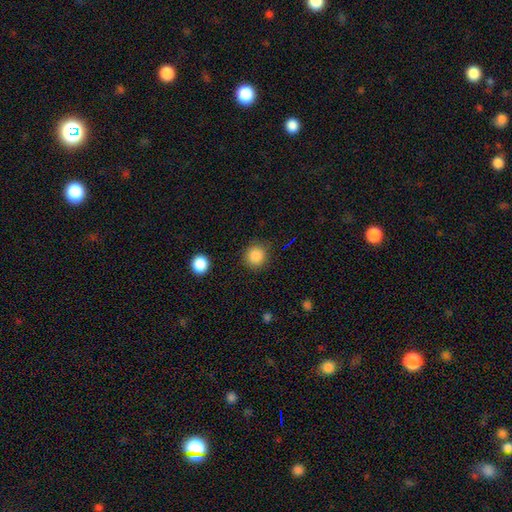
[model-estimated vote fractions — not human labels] A smooth galaxy with no disk features (87%) that is round (91%).

Vote fractions:
- Smooth or featured? smooth: 87% / star or artifact: 10% / featured or disk: 3%
- How rounded? round: 91% / in between: 8% / cigar-shaped: 1%
- Merging? none: 87% / minor disturbance: 8% / major disturbance: 3% / merger: 2%